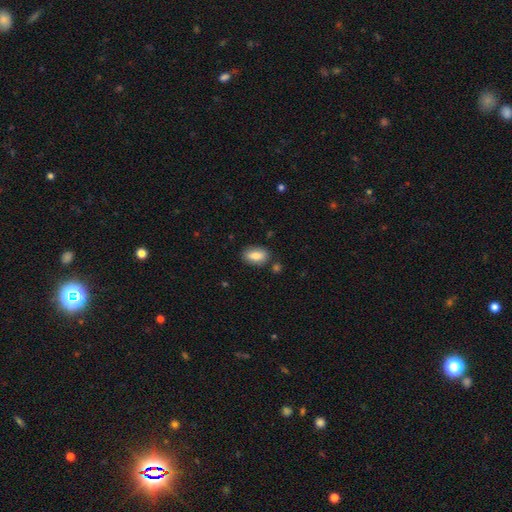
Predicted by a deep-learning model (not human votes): This appears to be a smooth galaxy with no disk features (84%) that is in between round and cigar-shaped (89%). Merging: none (82%).